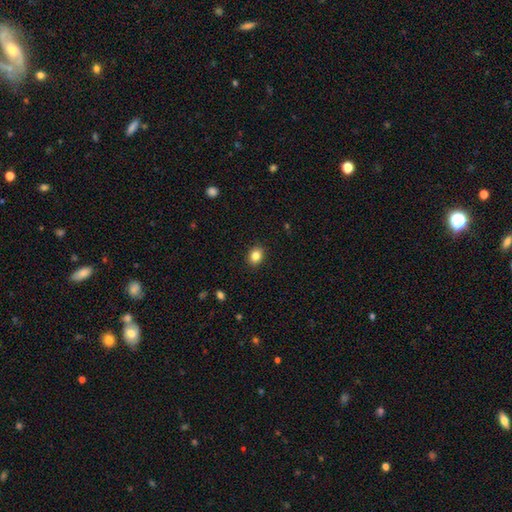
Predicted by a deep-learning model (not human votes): A smooth galaxy with no disk features (84%) that is in between round and cigar-shaped (50%). Merging: none (91%).